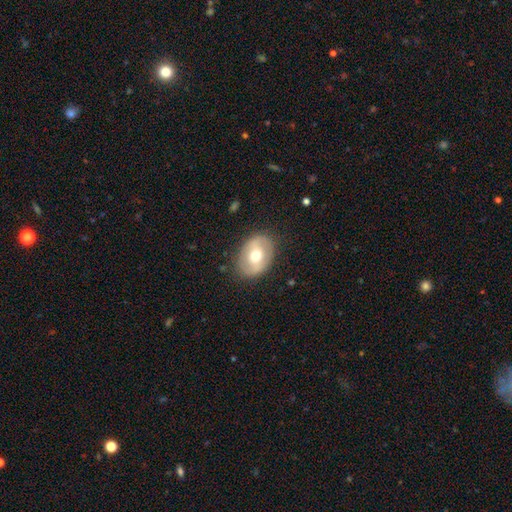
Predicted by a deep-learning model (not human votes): Morphology: type=smooth (48%); merging=none (83%).